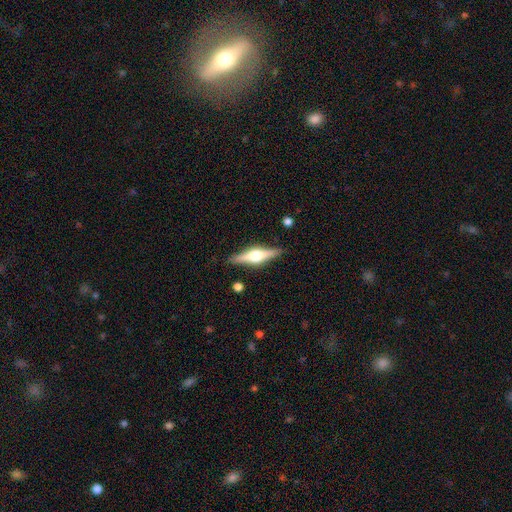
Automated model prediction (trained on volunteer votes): smooth_or_featured: featured or disk (p=0.70) [alt: smooth p=0.24]
disk_edge_on: yes (p=0.97) [alt: no p=0.03]
edge_on_bulge: rounded (p=0.94) [alt: boxy p=0.05]
merging: none (p=0.88) [alt: minor disturbance p=0.09]